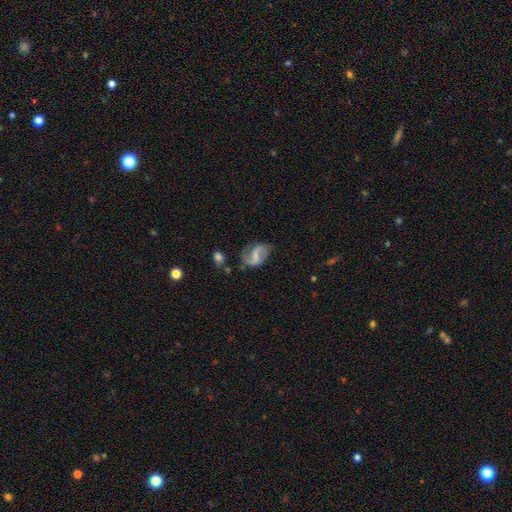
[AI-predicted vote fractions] Smooth or featured? Predicted: featured or disk (p=0.75). Edge-on disk? Predicted: no (p=0.98). Bar? Predicted: weak (p=0.43). Spiral arms? Predicted: yes (p=0.89). Spiral winding? Predicted: loose (p=0.58). Spiral arm count? Predicted: 2 (p=0.87). Bulge size? Predicted: none (p=0.52). Merging? Predicted: none (p=0.64).